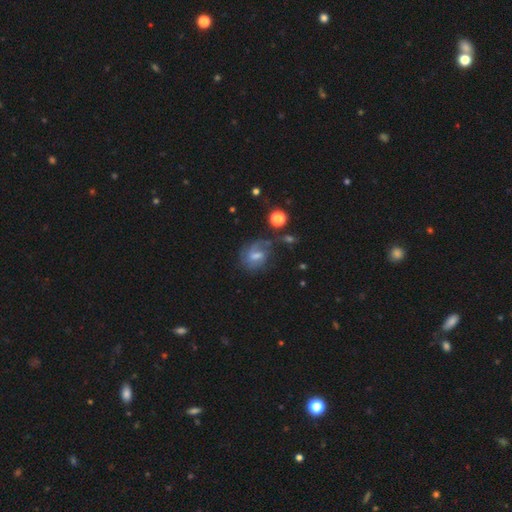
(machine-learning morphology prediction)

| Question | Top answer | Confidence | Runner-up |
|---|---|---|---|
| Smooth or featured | featured or disk | 52% | smooth (37%) |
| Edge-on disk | no | 95% | yes (5%) |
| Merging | none | 48% | minor disturbance (25%) |